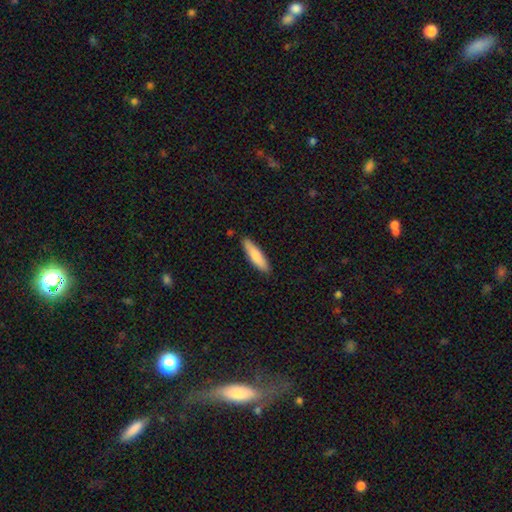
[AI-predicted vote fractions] Smooth or featured? Predicted: smooth (p=0.79). How rounded? Predicted: cigar-shaped (p=0.72). Merging? Predicted: none (p=0.87).